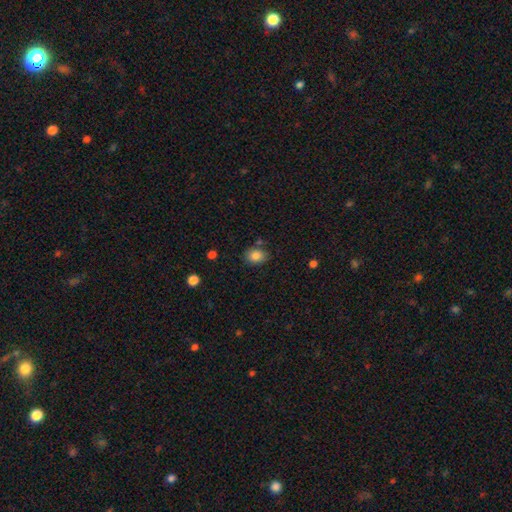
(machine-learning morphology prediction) Smooth or featured: smooth — 84% (star or artifact — 9%)
How rounded: in between — 58% (round — 41%)
Merging: none — 76% (minor disturbance — 15%)